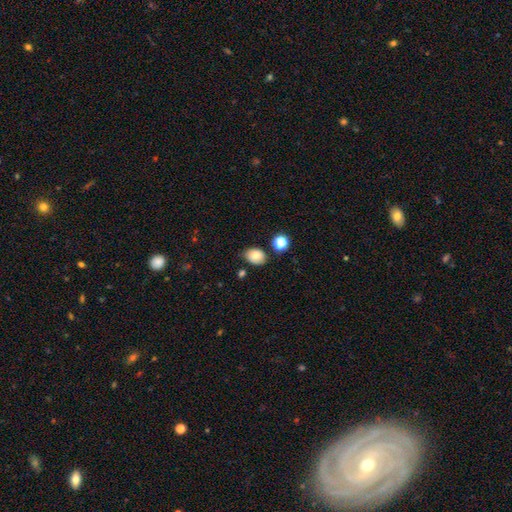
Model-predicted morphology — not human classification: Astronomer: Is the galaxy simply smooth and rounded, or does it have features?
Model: smooth — 80%.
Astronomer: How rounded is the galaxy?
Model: in between — 68%.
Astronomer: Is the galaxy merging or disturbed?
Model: none — 77%.